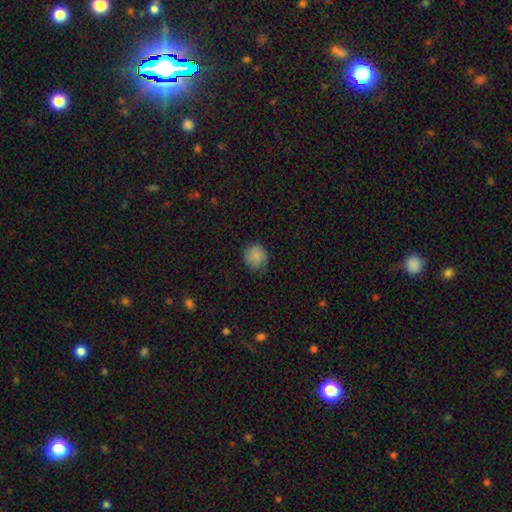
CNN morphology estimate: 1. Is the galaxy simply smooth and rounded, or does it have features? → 85% smooth, 9% star or artifact, 6% featured or disk.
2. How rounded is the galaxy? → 89% round, 10% in between, 1% cigar-shaped.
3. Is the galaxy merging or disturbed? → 77% none, 18% minor disturbance, 4% major disturbance, 1% merger.